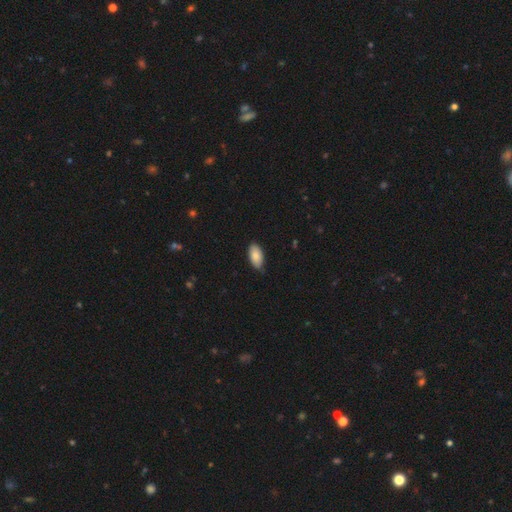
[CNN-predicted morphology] This appears to be a smooth galaxy with no disk features (85%) that is in between round and cigar-shaped (95%). Merging: none (76%).